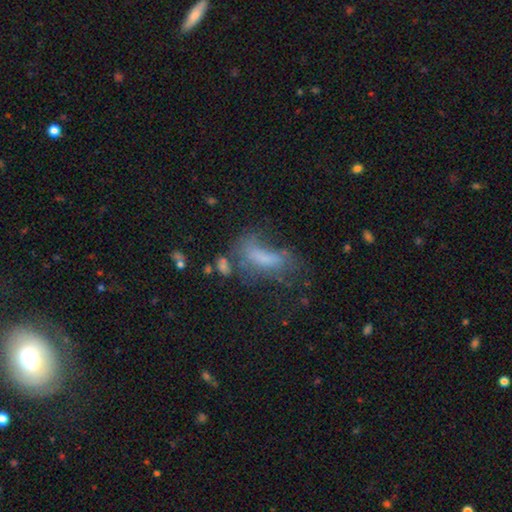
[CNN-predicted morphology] Smooth or featured: smooth — 48% (featured or disk — 33%)
Merging: major disturbance — 35% (none — 32%)